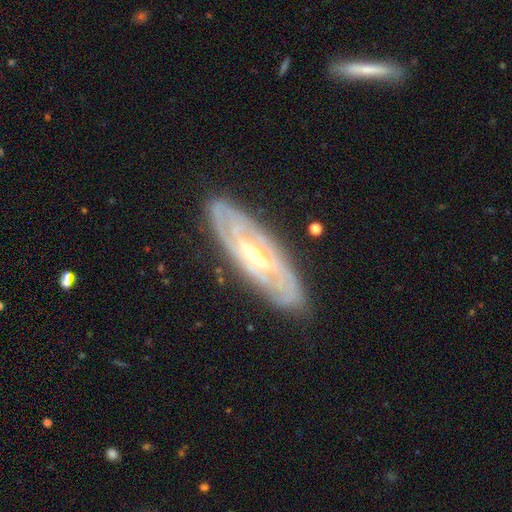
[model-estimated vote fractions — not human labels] Smooth or featured?
  - featured or disk: 84% *
  - smooth: 10%
  - star or artifact: 5%
Edge-on disk?
  - no: 79% *
  - yes: 21%
Bar?
  - weak: 40% *
  - strong: 37%
  - no: 23%
Spiral arms?
  - yes: 90% *
  - no: 10%
Spiral winding?
  - tight: 70% *
  - medium: 24%
  - loose: 6%
Spiral arm count?
  - can't tell: 40% *
  - 2: 32%
  - 3: 13%
  - 4: 7%
  - more than 4: 4%
  - 1: 4%
Bulge size?
  - moderate: 64% *
  - small: 27%
  - large: 7%
  - none: 1%
  - dominant: 1%
Merging?
  - none: 83% *
  - minor disturbance: 12%
  - major disturbance: 3%
  - merger: 1%